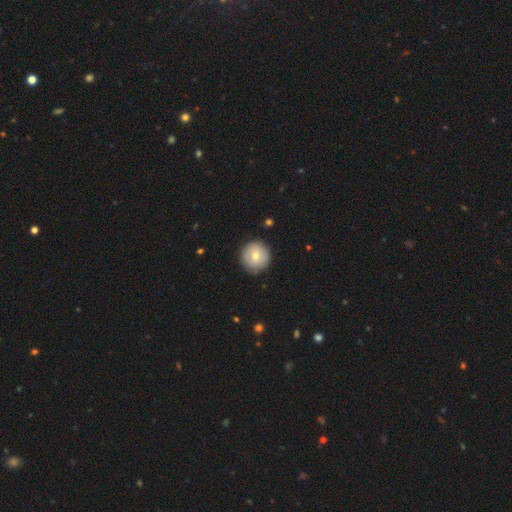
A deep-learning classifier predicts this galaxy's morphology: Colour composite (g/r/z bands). It shows a smooth galaxy with no disk features (72%) that is round (96%). Merging: none (88%).